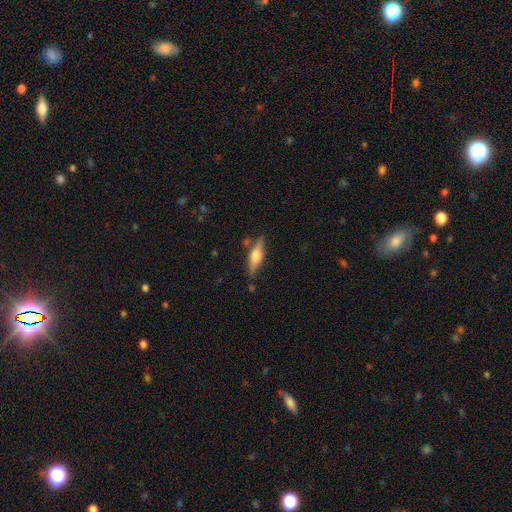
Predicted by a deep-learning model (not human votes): featured or disk 59%, smooth 34%, star or artifact 7%. Down the decision tree: edge-on disk — yes (95%); edge-on bulge — rounded (87%); merging — none (80%).